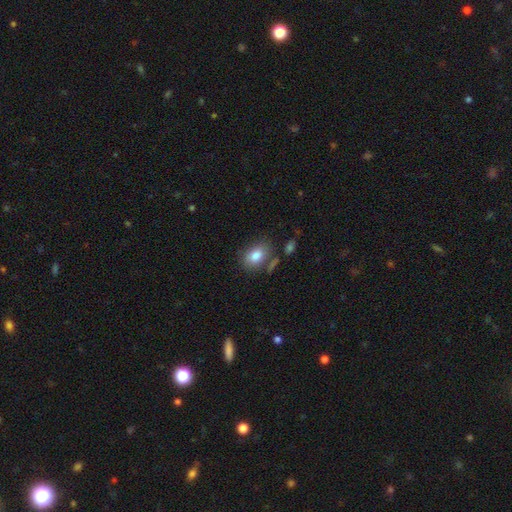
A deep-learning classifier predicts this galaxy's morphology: Smooth or featured? Predicted: smooth (p=0.82). How rounded? Predicted: in between (p=0.81). Merging? Predicted: none (p=0.66).